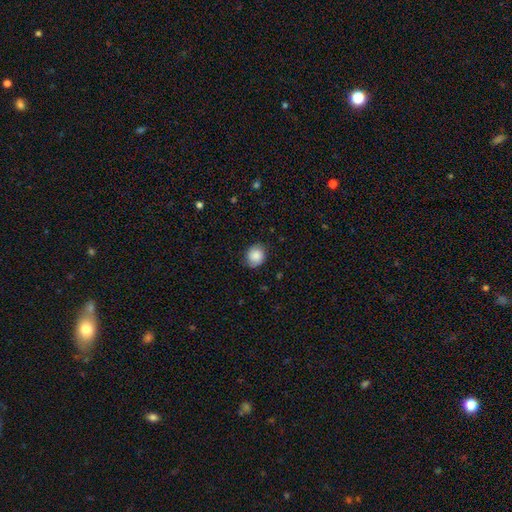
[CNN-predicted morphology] This appears to be a smooth galaxy with no disk features (81%) that is round (69%). Merging: none (80%).